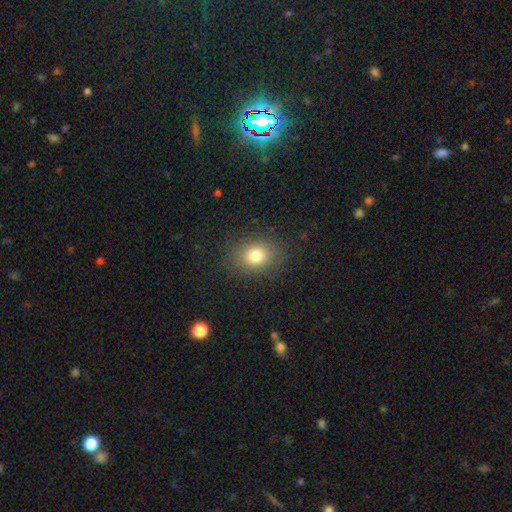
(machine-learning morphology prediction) smooth-or-featured: smooth: 78% | star or artifact: 13% | featured or disk: 9%
  how-rounded: in between: 58% | round: 41% | cigar-shaped: 1%
  merging: none: 85% | minor disturbance: 10% | major disturbance: 4% | merger: 1%